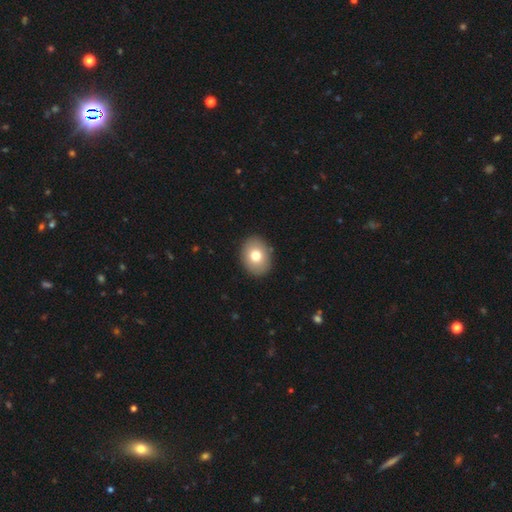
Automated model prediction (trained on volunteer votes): Overall: smooth (76%). How rounded: in between (56%; round 43%). Merging: none (90%).